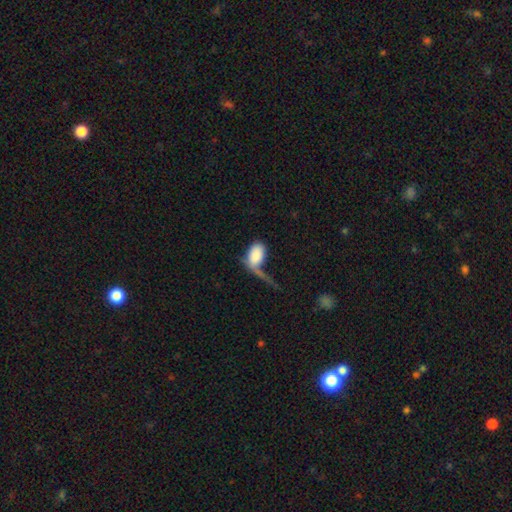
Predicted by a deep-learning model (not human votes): smooth-or-featured: smooth: 79% | featured or disk: 14% | star or artifact: 7%
  how-rounded: in between: 91% | round: 7% | cigar-shaped: 2%
  merging: major disturbance: 47% | none: 22% | minor disturbance: 18% | merger: 13%